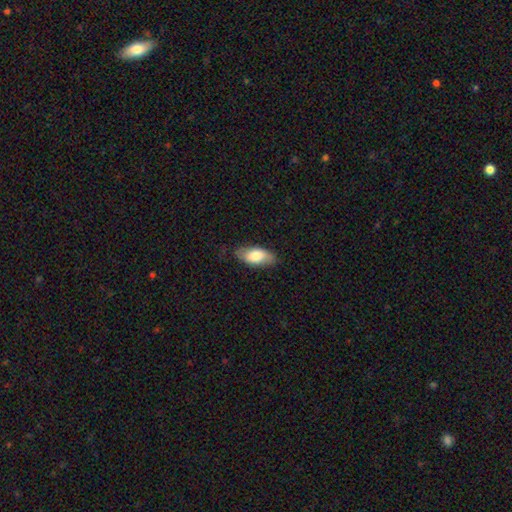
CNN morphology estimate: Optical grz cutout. It shows a smooth galaxy with no disk features (76%) that is in between round and cigar-shaped (89%). Merging: none (78%).